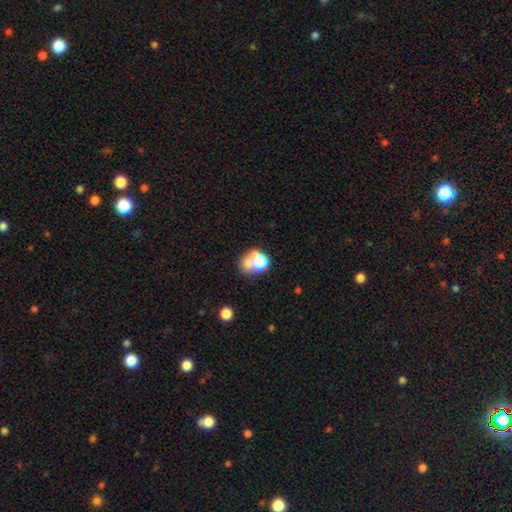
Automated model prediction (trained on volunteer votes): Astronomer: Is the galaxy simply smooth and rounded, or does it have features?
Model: smooth — 58%.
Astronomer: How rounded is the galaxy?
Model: round — 63%.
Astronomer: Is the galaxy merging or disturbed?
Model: merger — 51% (runner-up: none, 31%).